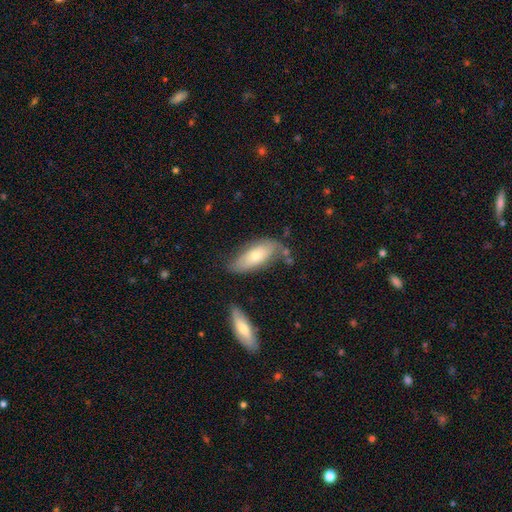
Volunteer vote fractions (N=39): smooth 64%, featured or disk 36%, star or artifact 0%. Down the decision tree: how rounded — in between (68%); merging — none (62%).